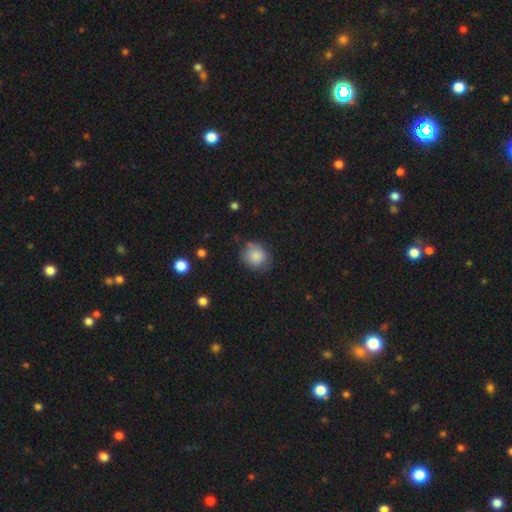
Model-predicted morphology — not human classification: Overall: smooth (83%). How rounded: round (73%). Merging: none (70%).